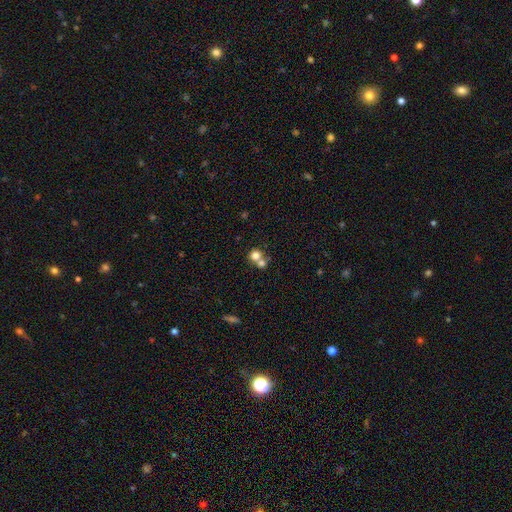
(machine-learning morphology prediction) Overall: smooth (76%). How rounded: round (85%). Merging: merger (52%; none 39%).